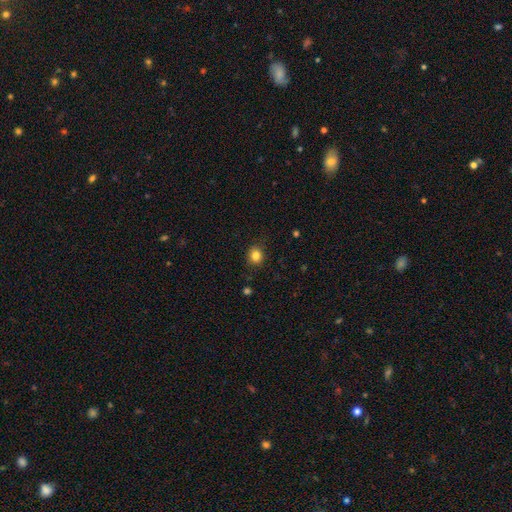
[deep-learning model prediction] Overall: smooth (83%). How rounded: round (78%). Merging: none (86%).